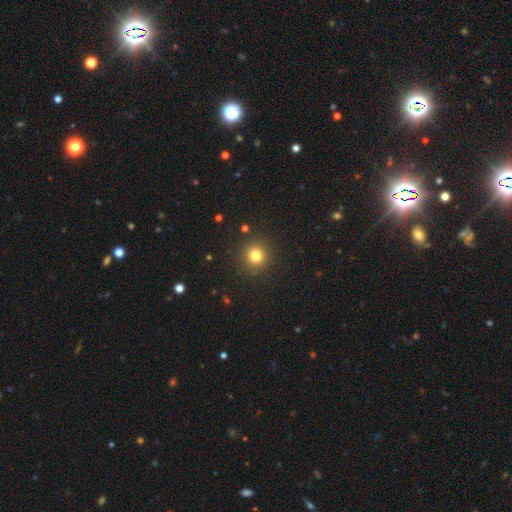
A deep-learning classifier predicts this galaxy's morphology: smooth 79%, star or artifact 14%, featured or disk 6%. Down the decision tree: how rounded — round (93%); merging — none (90%).